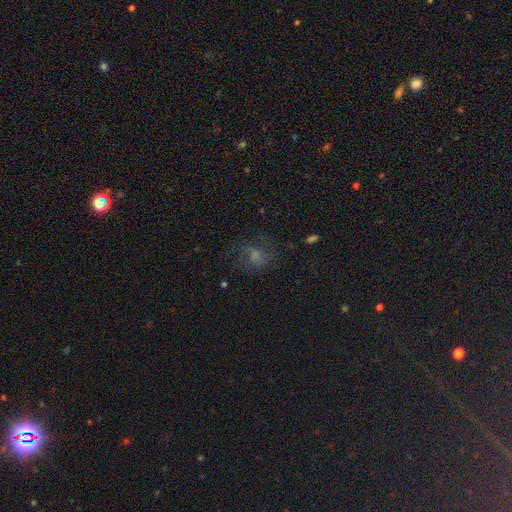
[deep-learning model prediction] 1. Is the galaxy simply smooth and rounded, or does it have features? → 48% smooth, 34% featured or disk, 18% star or artifact.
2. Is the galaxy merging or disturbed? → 58% none, 21% major disturbance, 19% minor disturbance, 2% merger.